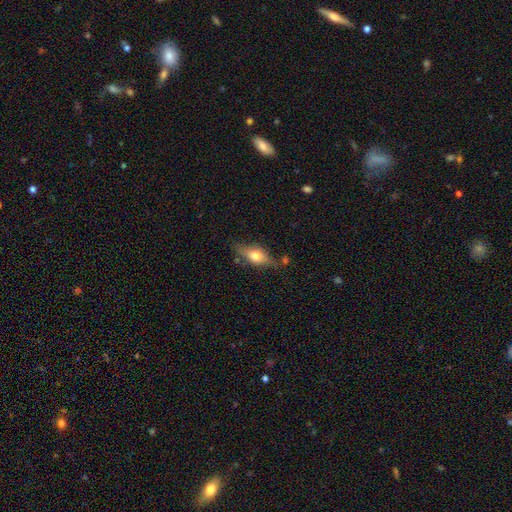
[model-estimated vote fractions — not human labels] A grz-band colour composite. It shows a smooth galaxy with no disk features (53%) that is in between round and cigar-shaped (70%). Merging: none (69%).